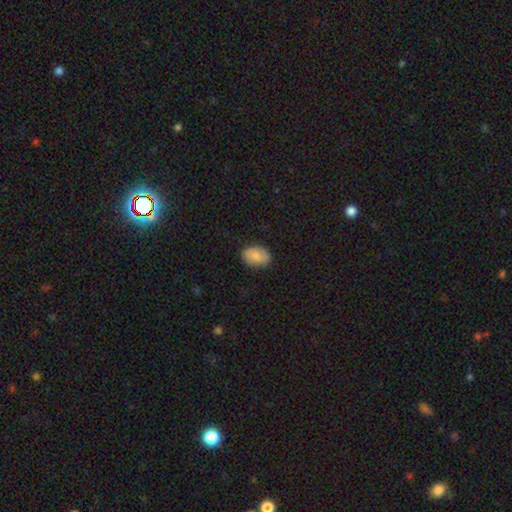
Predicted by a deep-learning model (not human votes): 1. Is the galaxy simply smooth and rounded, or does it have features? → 80% smooth, 13% featured or disk, 7% star or artifact.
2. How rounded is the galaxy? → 83% in between, 16% round, 1% cigar-shaped.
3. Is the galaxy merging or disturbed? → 86% none, 11% minor disturbance, 2% major disturbance, 1% merger.